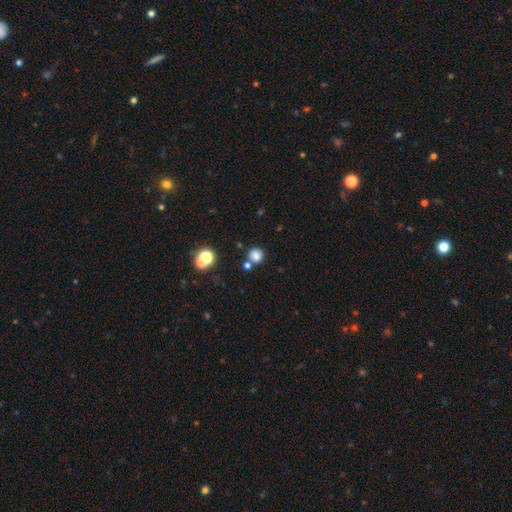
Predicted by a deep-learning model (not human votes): Smooth or featured: smooth — 80% (star or artifact — 15%)
How rounded: round — 89% (in between — 10%)
Merging: none — 70% (merger — 17%)